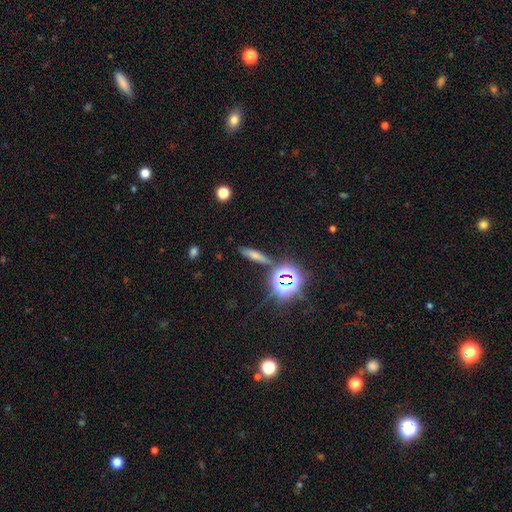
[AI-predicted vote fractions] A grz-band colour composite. It shows a smooth galaxy with no disk features (60%) that is cigar-shaped (72%). Merging: none (80%).